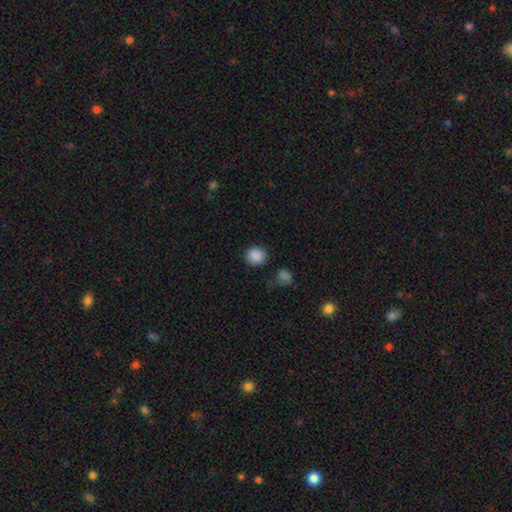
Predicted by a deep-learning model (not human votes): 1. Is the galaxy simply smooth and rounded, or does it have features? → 88% smooth, 9% star or artifact, 3% featured or disk.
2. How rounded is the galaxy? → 82% round, 17% in between, 1% cigar-shaped.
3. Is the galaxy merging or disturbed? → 82% none, 10% minor disturbance, 4% merger, 4% major disturbance.